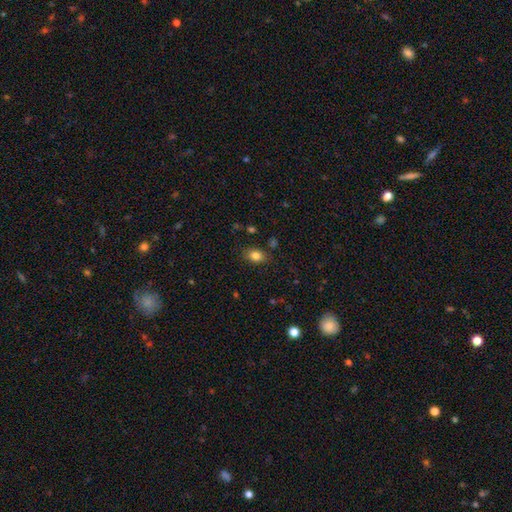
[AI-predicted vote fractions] Q: Smooth or featured?
A: smooth (82%); runner-up: star or artifact (11%)
Q: How rounded?
A: in between (71%); runner-up: round (27%)
Q: Merging?
A: none (81%); runner-up: minor disturbance (14%)